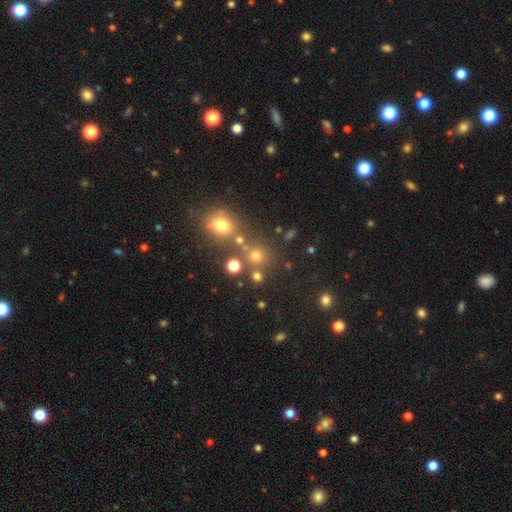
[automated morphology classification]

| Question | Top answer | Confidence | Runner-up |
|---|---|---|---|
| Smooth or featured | smooth | 67% | star or artifact (24%) |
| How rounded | round | 88% | in between (11%) |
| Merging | none | 70% | merger (17%) |